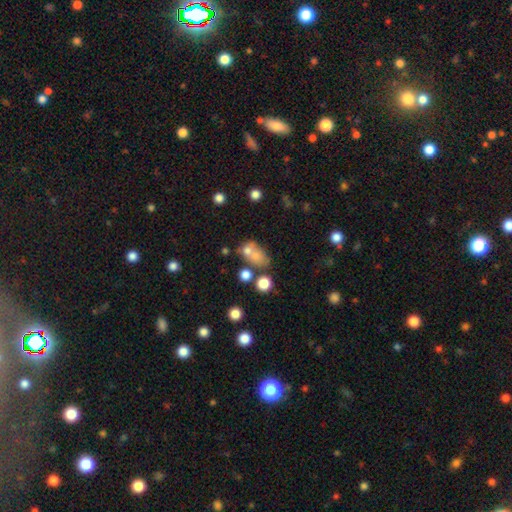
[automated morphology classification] Smooth or featured?
  - smooth: 67% *
  - featured or disk: 19%
  - star or artifact: 14%
How rounded?
  - in between: 67% *
  - round: 31%
  - cigar-shaped: 2%
Merging?
  - merger: 43% *
  - none: 34%
  - minor disturbance: 14%
  - major disturbance: 10%